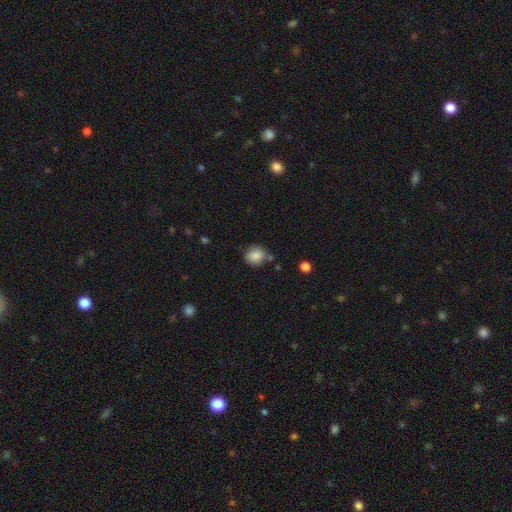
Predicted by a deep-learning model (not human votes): smooth 83%, star or artifact 9%, featured or disk 8%. Down the decision tree: how rounded — round (84%); merging — none (75%).